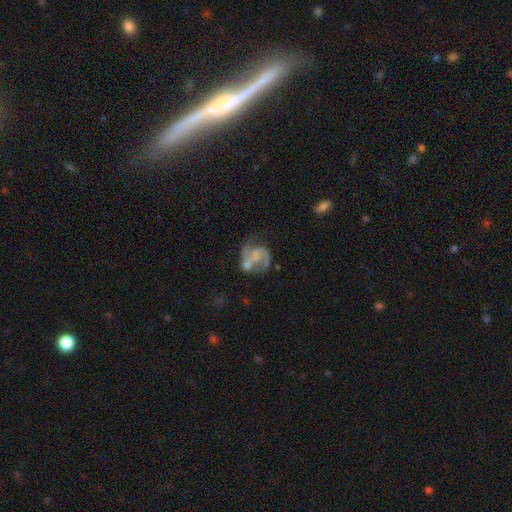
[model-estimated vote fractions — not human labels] This is likely a featured or disk galaxy (80%). It is clearly not viewed edge-on (98%). Bar: likely no (61%). Spiral arm pattern: clearly yes (93%). Spiral arm count: clearly 2 (83%). Spiral winding: possibly medium (52%). Central bulge: possibly none (45%). Merging: marginally none (43%).